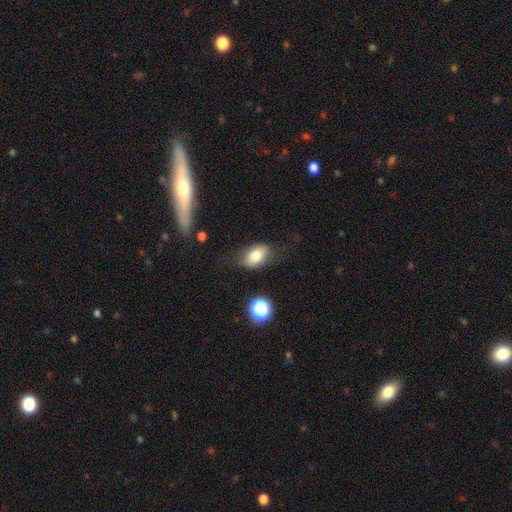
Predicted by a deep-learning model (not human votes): smooth 79%, featured or disk 12%, star or artifact 9%. Down the decision tree: how rounded — in between (85%); merging — none (71%).